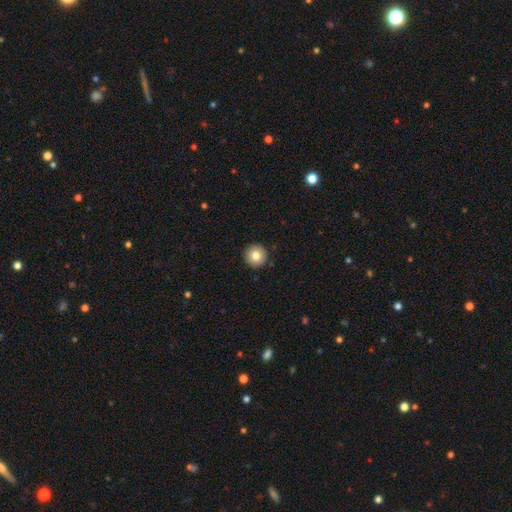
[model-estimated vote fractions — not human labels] A smooth galaxy with no disk features (82%) that is round (95%). Merging: none (92%).